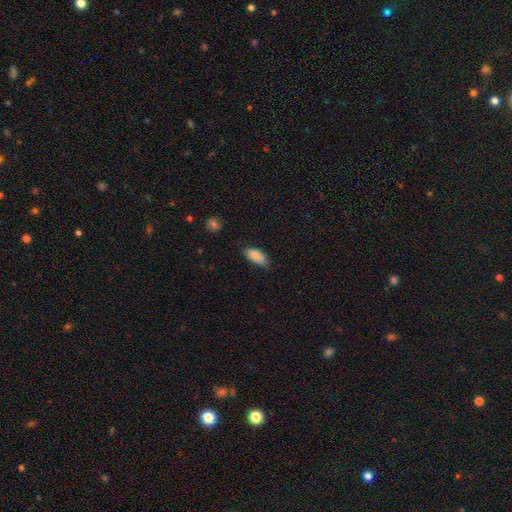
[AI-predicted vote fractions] smooth-or-featured: smooth: 82% | featured or disk: 11% | star or artifact: 7%
  how-rounded: in between: 86% | cigar-shaped: 11% | round: 2%
  merging: none: 67% | minor disturbance: 27% | major disturbance: 4% | merger: 2%